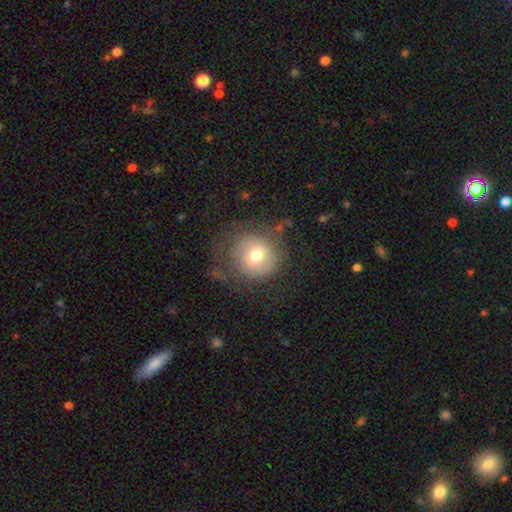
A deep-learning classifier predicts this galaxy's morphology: smooth_or_featured: smooth (p=0.66) [alt: featured or disk p=0.24]
how_rounded: round (p=0.89) [alt: in between p=0.10]
merging: none (p=0.60) [alt: minor disturbance p=0.20]